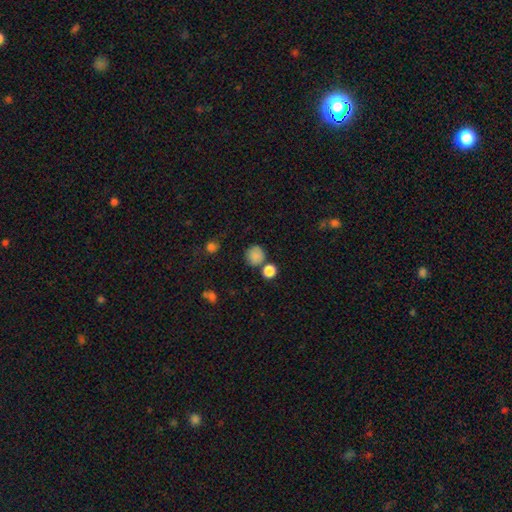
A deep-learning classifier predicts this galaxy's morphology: The model was most divided on "merging": none: 69%, merger: 15%, minor disturbance: 12%, major disturbance: 4%. More confident: how rounded — round (89%); smooth or featured — smooth (83%).